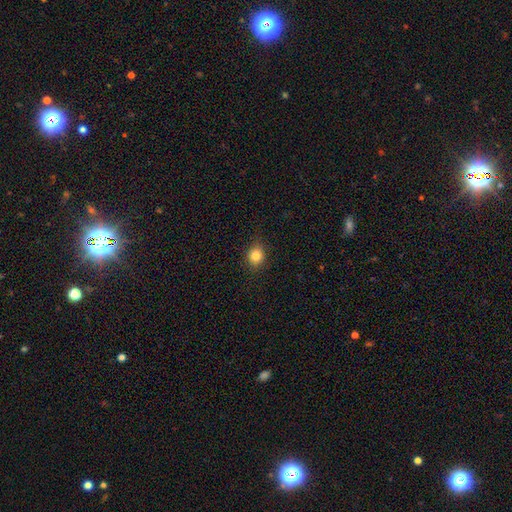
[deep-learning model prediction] Overall: smooth (83%). How rounded: round (75%). Merging: none (86%).